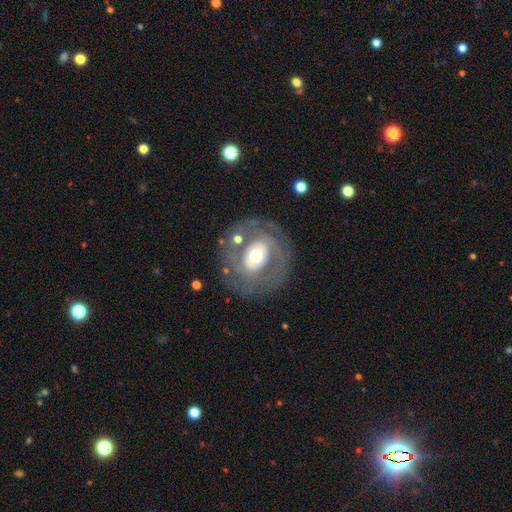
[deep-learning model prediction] Smooth or featured?
  - featured or disk: 63% *
  - smooth: 30%
  - star or artifact: 7%
Edge-on disk?
  - no: 96% *
  - yes: 4%
Bar?
  - no: 68% *
  - weak: 22%
  - strong: 11%
Spiral arms?
  - no: 55% *
  - yes: 45%
Bulge size?
  - moderate: 60% *
  - large: 27%
  - small: 8%
  - dominant: 4%
  - none: 1%
Merging?
  - none: 71% *
  - minor disturbance: 14%
  - major disturbance: 11%
  - merger: 4%